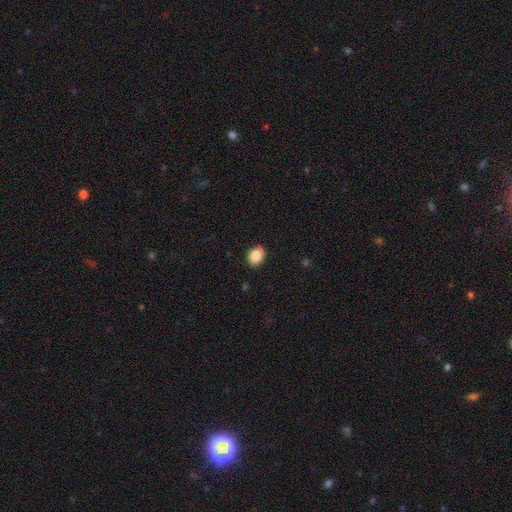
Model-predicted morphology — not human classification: Q: Smooth or featured?
A: smooth (85%); runner-up: star or artifact (9%)
Q: How rounded?
A: round (63%); runner-up: in between (36%)
Q: Merging?
A: none (83%); runner-up: minor disturbance (14%)